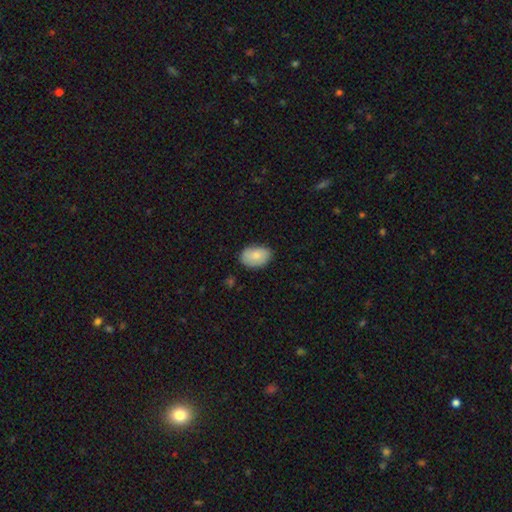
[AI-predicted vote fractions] Overall: smooth (82%). How rounded: in between (86%). Merging: none (78%).